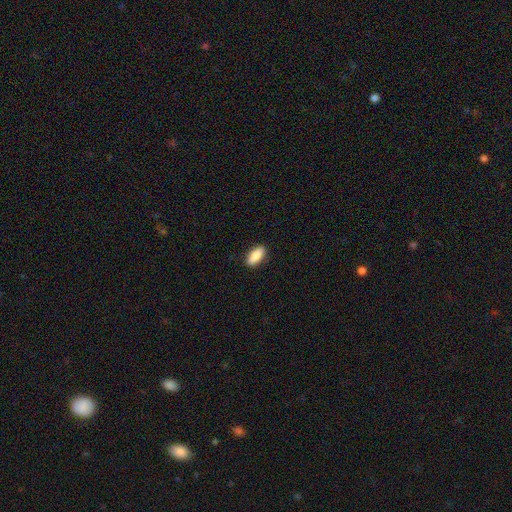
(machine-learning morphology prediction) This appears to be a smooth galaxy with no disk features (88%) that is in between round and cigar-shaped (87%). Merging: none (89%).